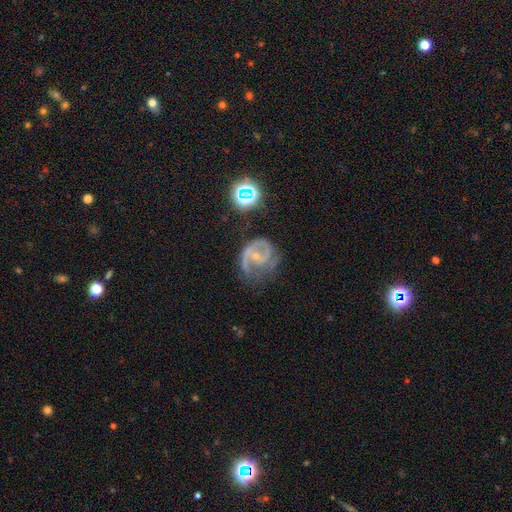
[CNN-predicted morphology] This appears to be a featured or disk galaxy (81%) with a weak bar (43%), 2 (62%) medium (50%) spiral arms (92%) and a small central bulge (71%). Merging: none (50%).